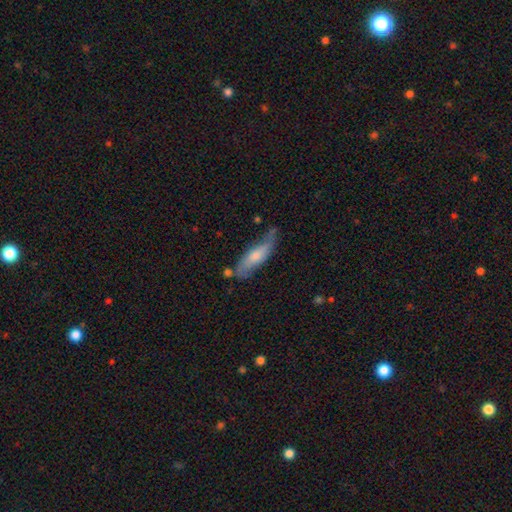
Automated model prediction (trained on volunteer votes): A smooth galaxy with no disk features (54%) that is cigar-shaped (59%).

Vote fractions:
- Smooth or featured? smooth: 54% / featured or disk: 40% / star or artifact: 6%
- How rounded? cigar-shaped: 59% / in between: 39% / round: 2%
- Merging? none: 56% / minor disturbance: 28% / major disturbance: 8% / merger: 8%